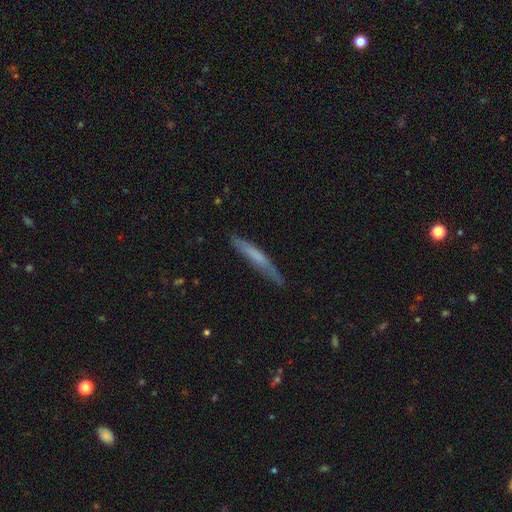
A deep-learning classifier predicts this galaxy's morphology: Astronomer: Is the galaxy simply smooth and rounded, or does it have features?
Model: smooth — 56% (runner-up: featured or disk, 37%).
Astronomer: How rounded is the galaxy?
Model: cigar-shaped — 94%.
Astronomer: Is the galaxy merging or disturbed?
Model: none — 77%.